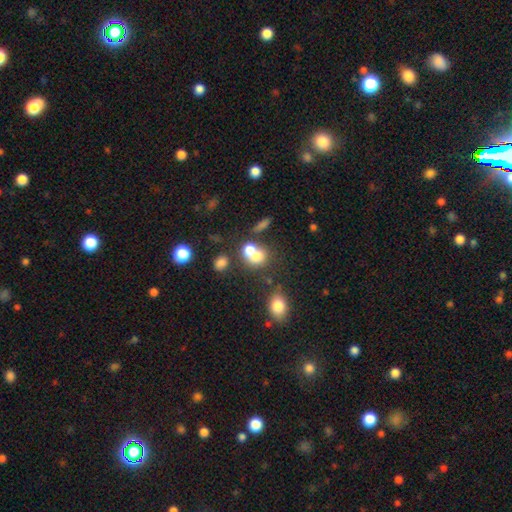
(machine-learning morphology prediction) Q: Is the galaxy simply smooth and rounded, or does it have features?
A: smooth — 69%.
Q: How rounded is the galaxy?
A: round — 66%.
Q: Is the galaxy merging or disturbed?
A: merger — 55%.